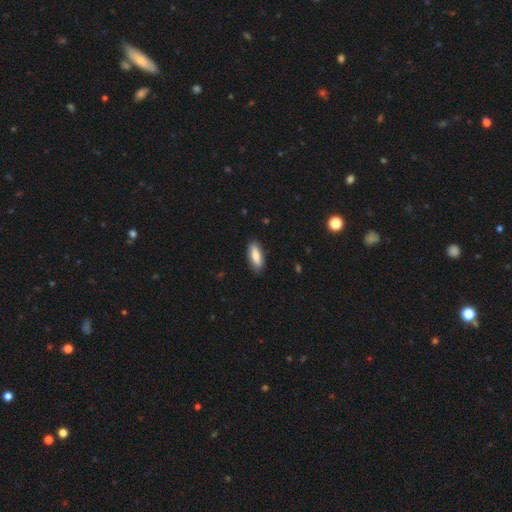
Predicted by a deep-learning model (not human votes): Smooth or featured: smooth — 80% (featured or disk — 14%)
How rounded: in between — 71% (cigar-shaped — 27%)
Merging: none — 85% (minor disturbance — 12%)